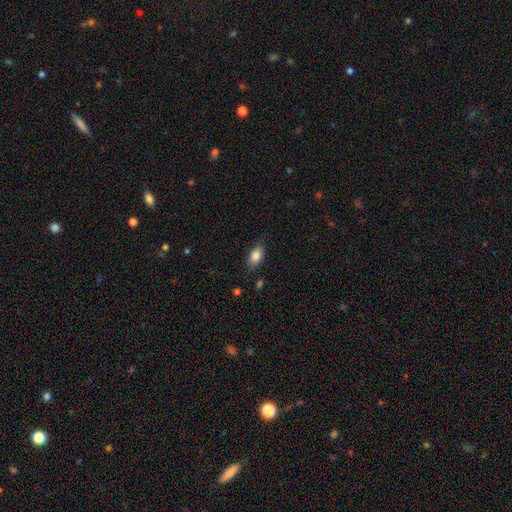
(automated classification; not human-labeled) smooth_or_featured: smooth (p=0.84) [alt: featured or disk p=0.09]
how_rounded: in between (p=0.89) [alt: cigar-shaped p=0.06]
merging: none (p=0.79) [alt: minor disturbance p=0.16]